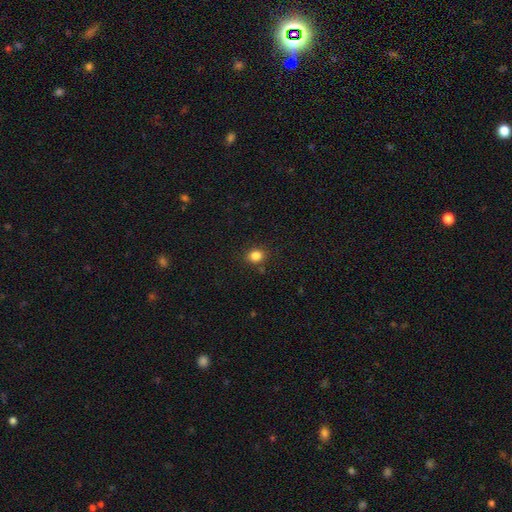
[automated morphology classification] A smooth galaxy with no disk features (84%) that is round (64%).

Vote fractions:
- Smooth or featured? smooth: 84% / star or artifact: 12% / featured or disk: 5%
- How rounded? round: 64% / in between: 36% / cigar-shaped: 1%
- Merging? none: 84% / minor disturbance: 10% / major disturbance: 3% / merger: 3%